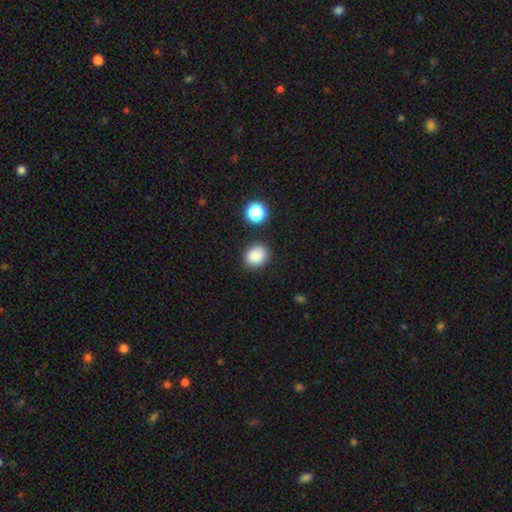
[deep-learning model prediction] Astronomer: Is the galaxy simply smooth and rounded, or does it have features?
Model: smooth — 85%.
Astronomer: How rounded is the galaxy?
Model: round — 64%.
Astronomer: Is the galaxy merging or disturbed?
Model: none — 83%.